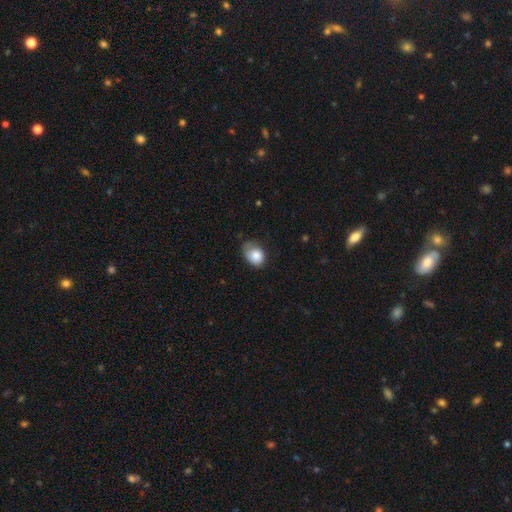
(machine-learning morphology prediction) The model was most divided on "merging" (2-way tie): minor disturbance: 42%, none: 42%, major disturbance: 14%, merger: 2%. More confident: smooth or featured — smooth (83%); how rounded — in between (67%).